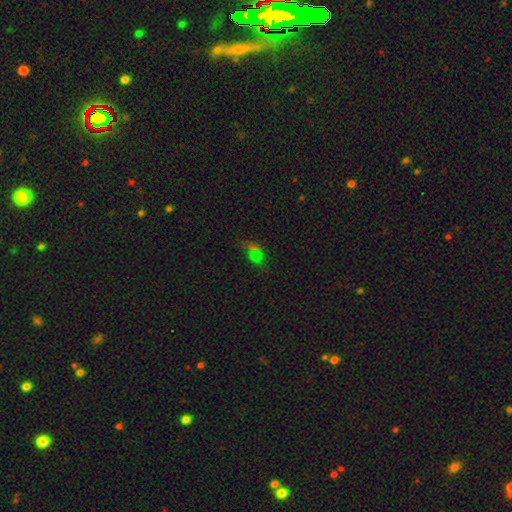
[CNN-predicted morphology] Smooth or featured? star or artifact (48%)